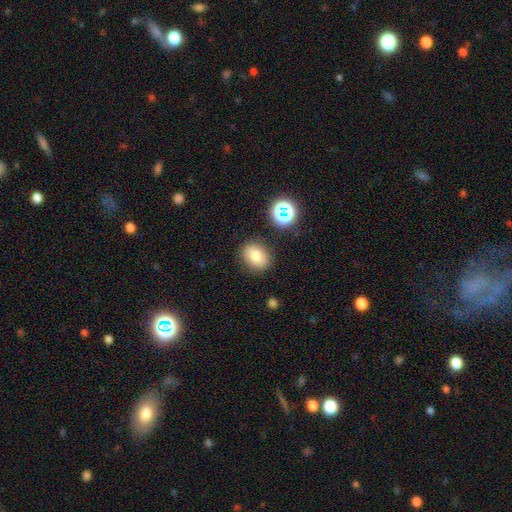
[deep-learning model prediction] A smooth galaxy with no disk features (76%) that is round (55%). Merging: none (84%).